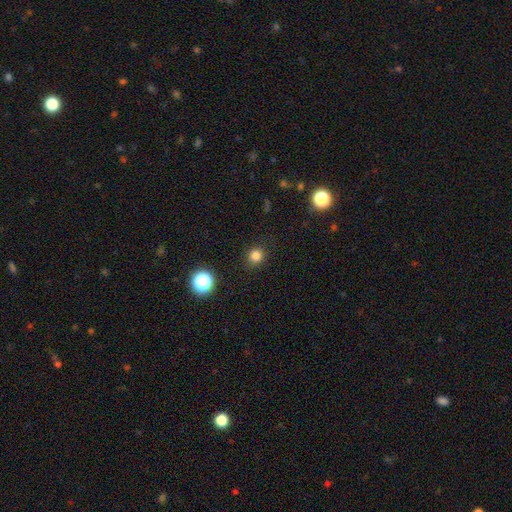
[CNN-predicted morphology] smooth 81%, star or artifact 15%, featured or disk 4%. Down the decision tree: how rounded — round (91%); merging — none (90%).